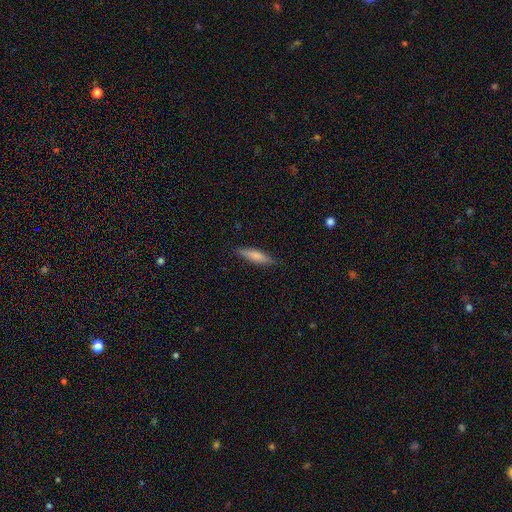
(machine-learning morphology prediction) Smooth or featured? Predicted: smooth (p=0.73). How rounded? Predicted: cigar-shaped (p=0.76). Merging? Predicted: none (p=0.86).